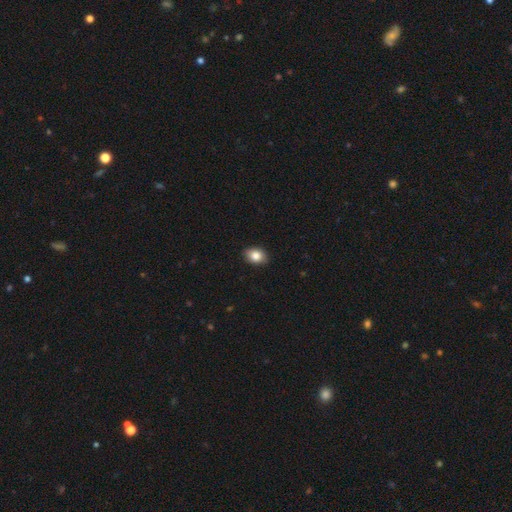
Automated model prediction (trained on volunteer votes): This is clearly a smooth galaxy (84%). How rounded: likely in between (73%). Merging: clearly none (88%).